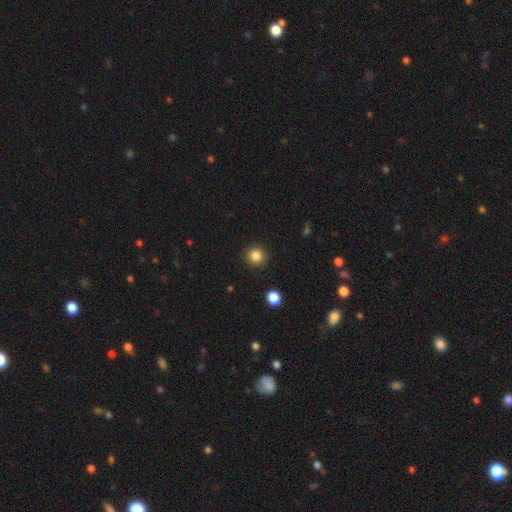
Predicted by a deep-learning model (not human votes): smooth_or_featured: smooth (p=0.84) [alt: star or artifact p=0.11]
how_rounded: round (p=0.94) [alt: in between p=0.05]
merging: none (p=0.92) [alt: minor disturbance p=0.05]